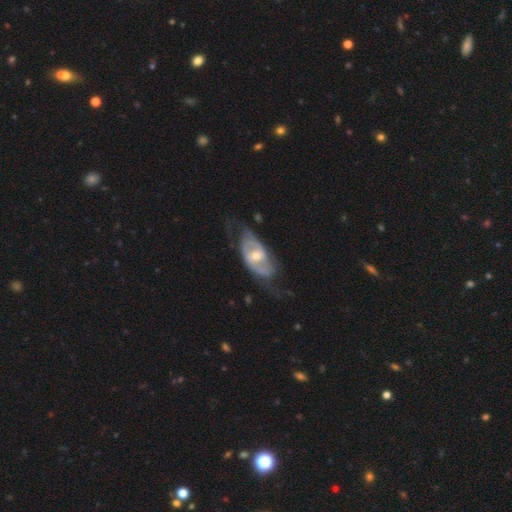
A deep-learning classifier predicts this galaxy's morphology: Smooth or featured? featured or disk (76%)
Edge-on disk? no (92%)
Bar? weak (42%)
Spiral arms? yes (73%)
Spiral winding? medium (40%)
Spiral arm count? 2 (74%)
Bulge size? moderate (60%)
Merging? none (54%)